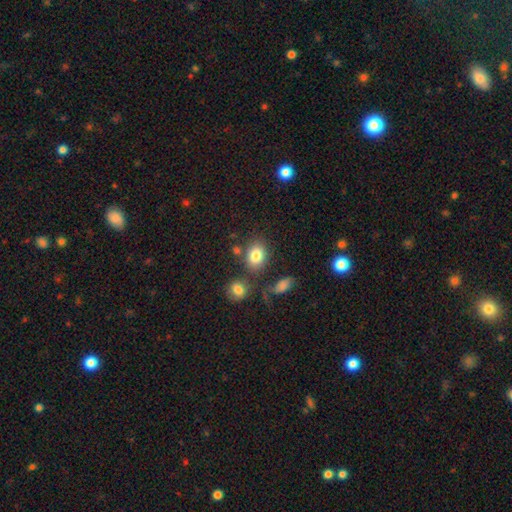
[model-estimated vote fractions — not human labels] Smooth or featured?
  - smooth: 81% *
  - star or artifact: 10%
  - featured or disk: 9%
How rounded?
  - in between: 62% *
  - round: 37%
  - cigar-shaped: 1%
Merging?
  - none: 71% *
  - minor disturbance: 13%
  - merger: 11%
  - major disturbance: 5%